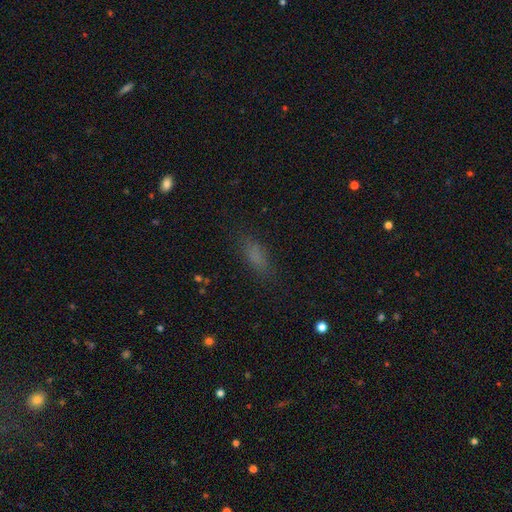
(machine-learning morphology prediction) Smooth or featured? Predicted: smooth (p=0.75). How rounded? Predicted: in between (p=0.64). Merging? Predicted: none (p=0.79).